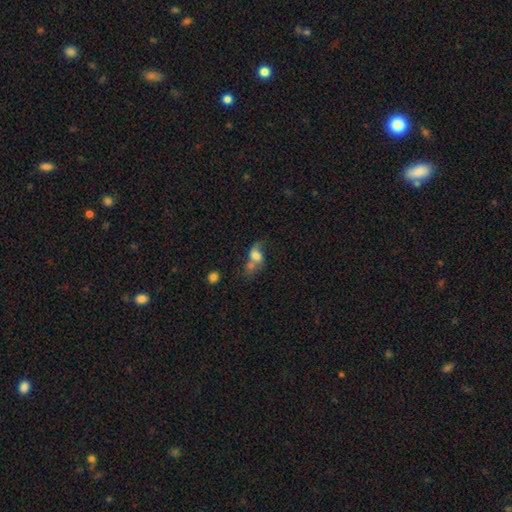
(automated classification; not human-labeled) Smooth or featured? Predicted: smooth (p=0.56). How rounded? Predicted: in between (p=0.75). Merging? Predicted: merger (p=0.44).